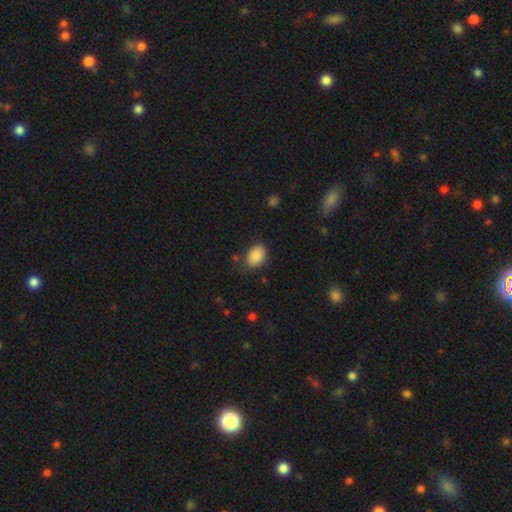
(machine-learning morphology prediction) Smooth or featured? Predicted: smooth (p=0.87). How rounded? Predicted: in between (p=0.71). Merging? Predicted: none (p=0.73).